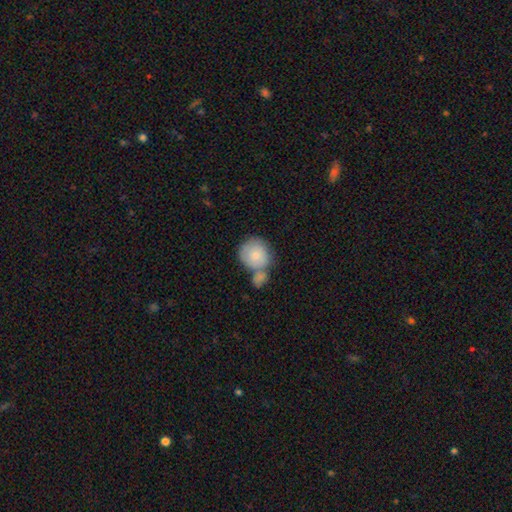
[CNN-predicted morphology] smooth 81%, featured or disk 13%, star or artifact 6%. Down the decision tree: how rounded — round (86%); merging — merger (43%).